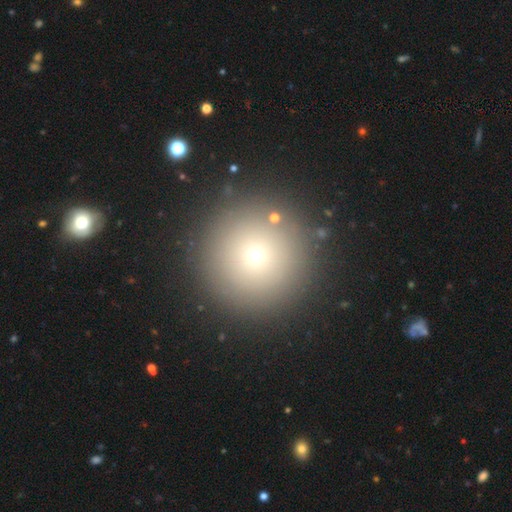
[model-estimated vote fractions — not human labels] Smooth or featured? Predicted: smooth (p=0.71). How rounded? Predicted: round (p=0.97). Merging? Predicted: none (p=0.89).